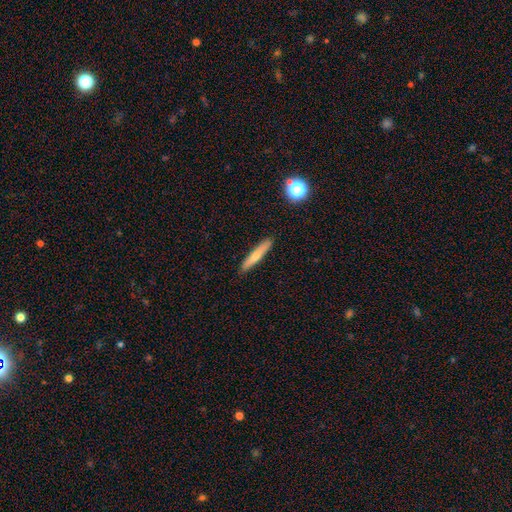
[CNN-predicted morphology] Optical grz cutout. It shows a smooth galaxy with no disk features (67%) that is cigar-shaped (93%). Merging: none (90%).